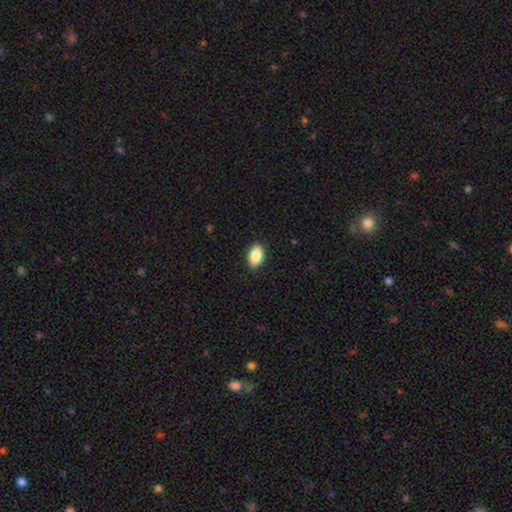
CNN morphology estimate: smooth-or-featured: smooth: 86% | star or artifact: 7% | featured or disk: 7%
  how-rounded: in between: 90% | round: 8% | cigar-shaped: 3%
  merging: none: 88% | minor disturbance: 9% | major disturbance: 2% | merger: 1%